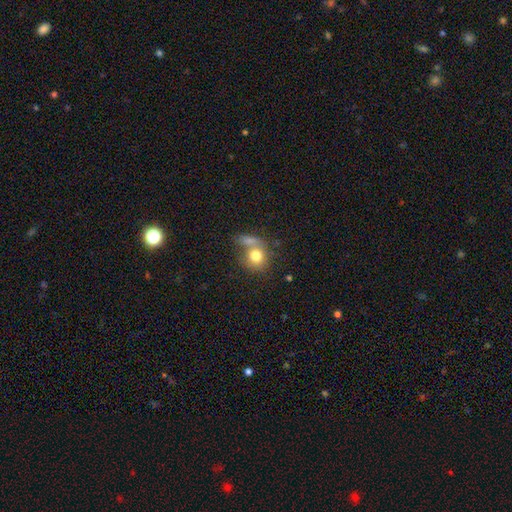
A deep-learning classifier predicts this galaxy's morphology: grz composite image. It shows a smooth galaxy with no disk features (77%) that is round (76%). Merging: none (42%).